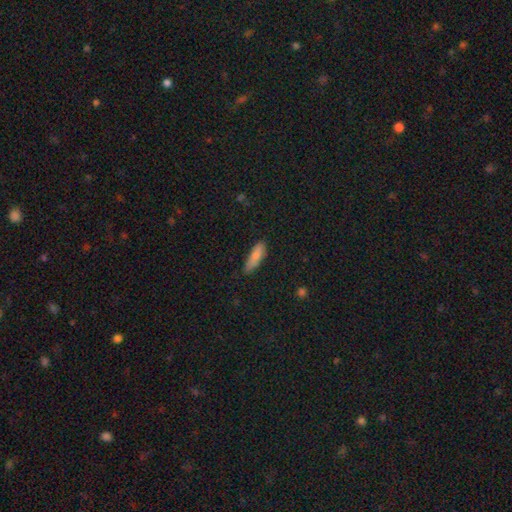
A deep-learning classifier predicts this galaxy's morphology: Overall: smooth (83%). How rounded: cigar-shaped (50%; in between 48%). Merging: none (73%).